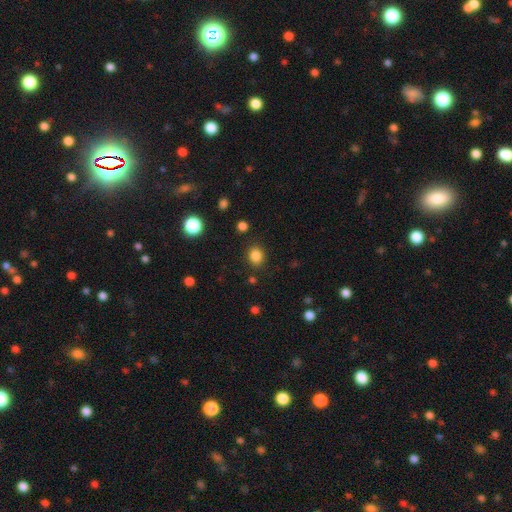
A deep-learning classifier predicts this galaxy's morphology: Overall: smooth (83%). How rounded: round (63%; in between 37%). Merging: none (86%).